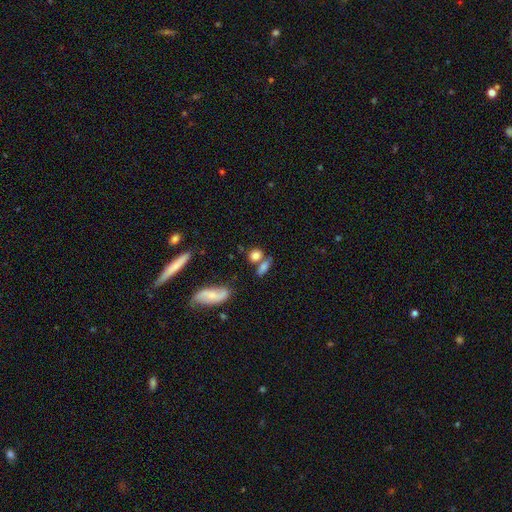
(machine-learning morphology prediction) This appears to be a smooth galaxy with no disk features (79%) that is round (52%). Merging: none (52%).